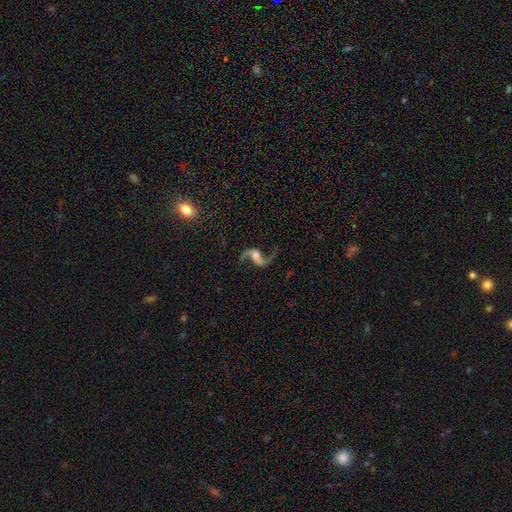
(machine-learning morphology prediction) The model was most divided on "bar": weak: 40%, no: 37%, strong: 23%. Remaining: spiral arms — yes (97%); edge-on disk — no (97%); spiral arm count — 2 (94%); smooth or featured — featured or disk (90%); spiral winding — loose (87%); merging — none (78%); bulge size — moderate (40%).